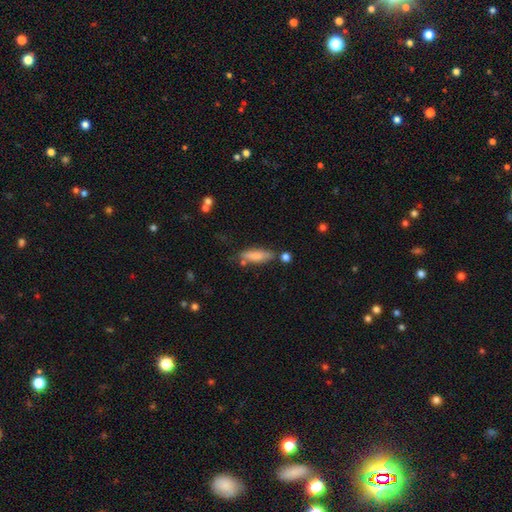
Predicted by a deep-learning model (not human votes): Morphology: type=smooth (78%); roundness=cigar-shaped (57%); merging=none (65%).